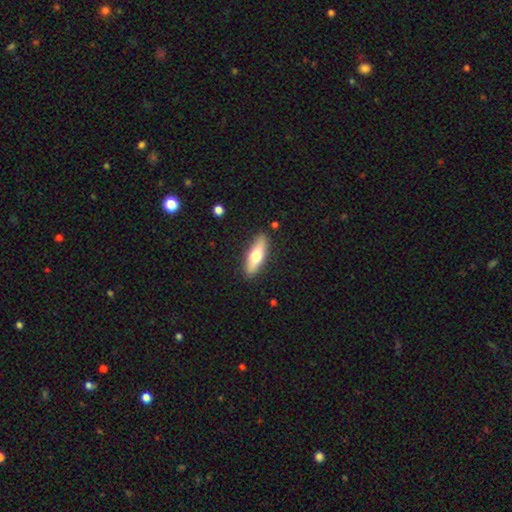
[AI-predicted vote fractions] Smooth or featured: smooth — 60% (featured or disk — 35%)
How rounded: cigar-shaped — 51% (in between — 46%)
Merging: none — 88% (minor disturbance — 9%)